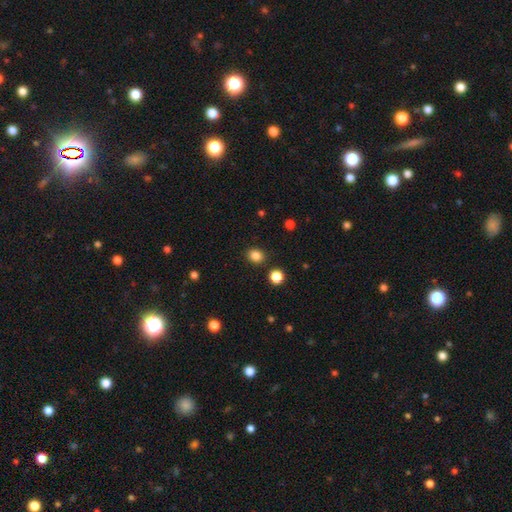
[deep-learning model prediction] smooth_or_featured: smooth (p=0.84) [alt: star or artifact p=0.12]
how_rounded: round (p=0.63) [alt: in between p=0.36]
merging: none (p=0.88) [alt: minor disturbance p=0.07]